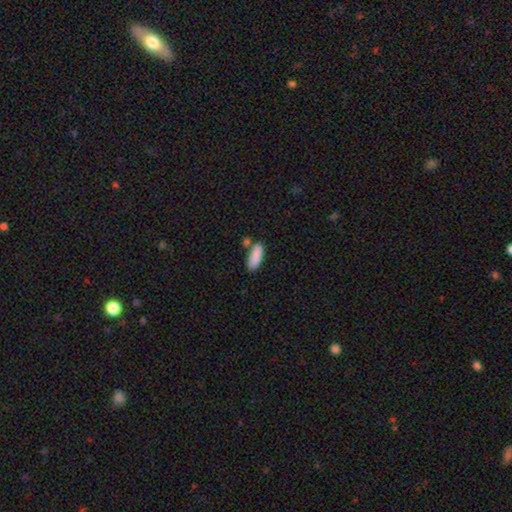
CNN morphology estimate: smooth 87%, star or artifact 7%, featured or disk 6%. Down the decision tree: how rounded — in between (61%); merging — none (65%).